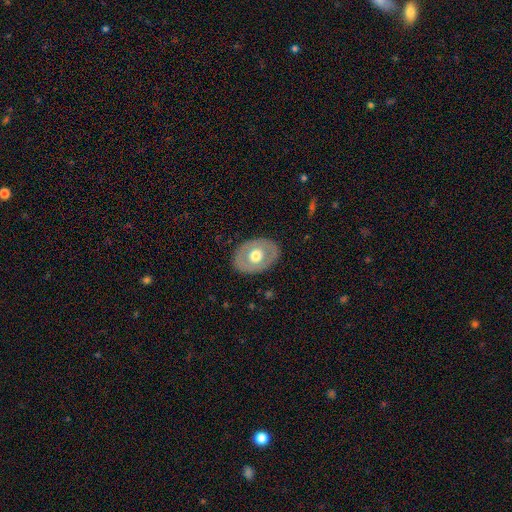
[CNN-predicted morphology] Smooth or featured? smooth (49%)
Merging? none (84%)